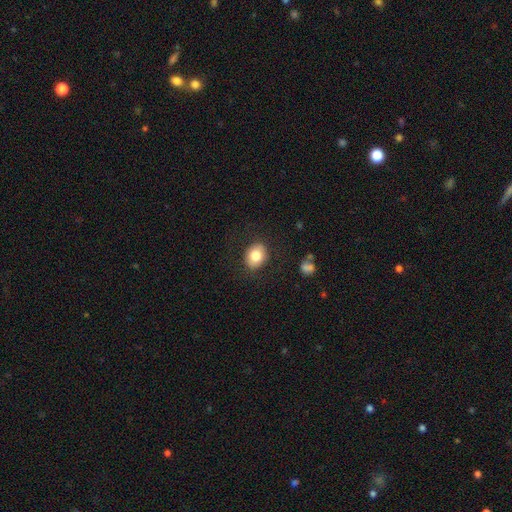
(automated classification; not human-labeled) Smooth or featured: smooth — 81% (featured or disk — 11%)
How rounded: in between — 57% (round — 42%)
Merging: none — 84% (minor disturbance — 11%)